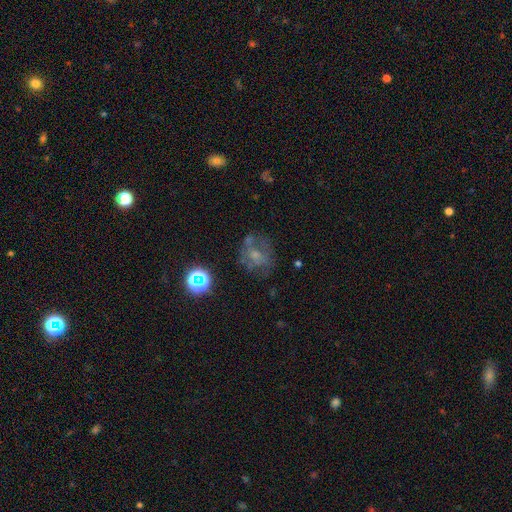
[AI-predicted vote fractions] Smooth or featured? featured or disk (45%)
Merging? none (53%)